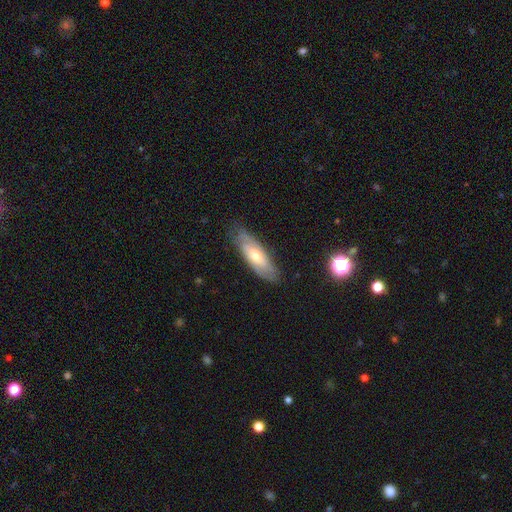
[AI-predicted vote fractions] The model was most divided on "smooth or featured": featured or disk: 51%, smooth: 43%, star or artifact: 6%. More confident: merging — none (76%); edge-on disk — no (69%).